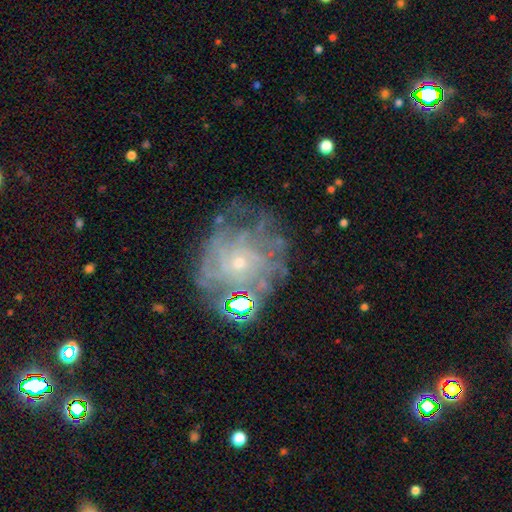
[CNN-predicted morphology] The model was most divided on "spiral arm count": can't tell: 46%, more than 4: 15%, 4: 14%, 3: 10%, 2: 9%, 1: 6%. More confident: edge-on disk — no (97%); spiral arms — yes (85%); bar — no (79%); smooth or featured — featured or disk (76%); bulge size — small (68%); spiral winding — tight (61%); merging — none (56%).